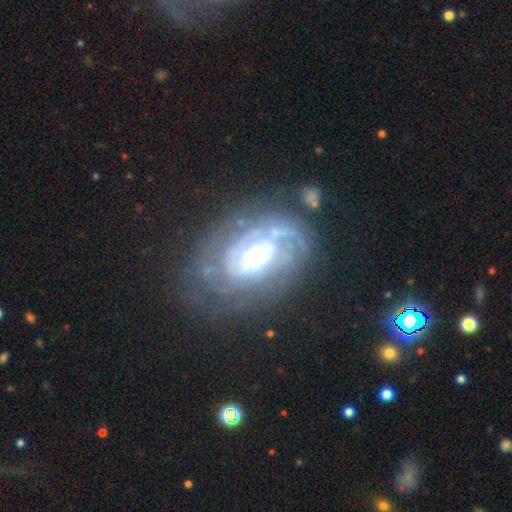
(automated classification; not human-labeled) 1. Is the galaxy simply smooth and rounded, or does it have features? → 82% featured or disk, 12% smooth, 6% star or artifact.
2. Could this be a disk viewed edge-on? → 96% no, 4% yes.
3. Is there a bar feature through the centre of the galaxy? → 51% no, 35% weak, 14% strong.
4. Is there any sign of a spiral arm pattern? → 86% yes, 14% no.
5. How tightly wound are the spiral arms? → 66% tight, 25% medium, 9% loose.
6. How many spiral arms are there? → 47% can't tell, 23% 2, 12% 3, 7% 4, 6% 1, 5% more than 4.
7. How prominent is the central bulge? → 56% moderate, 29% small, 12% large, 1% none, 1% dominant.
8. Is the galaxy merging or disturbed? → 61% none, 22% minor disturbance, 14% major disturbance, 3% merger.